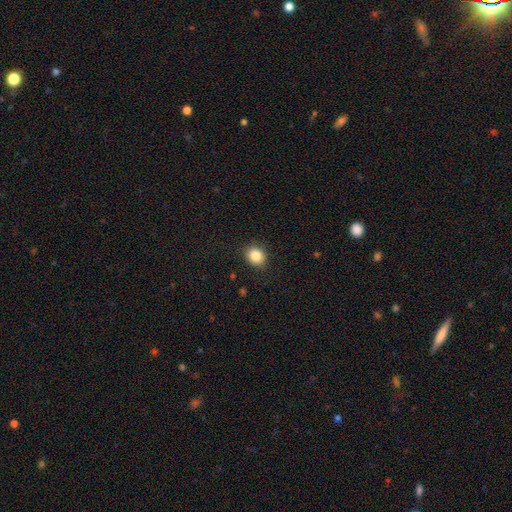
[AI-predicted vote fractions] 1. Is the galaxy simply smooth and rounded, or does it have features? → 85% smooth, 10% star or artifact, 5% featured or disk.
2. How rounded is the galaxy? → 60% round, 40% in between, 1% cigar-shaped.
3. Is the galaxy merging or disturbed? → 89% none, 8% minor disturbance, 2% major disturbance, 1% merger.